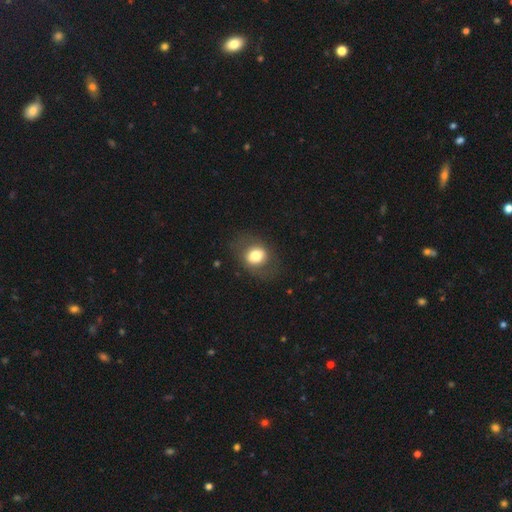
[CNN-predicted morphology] Smooth or featured? smooth (70%)
How rounded? in between (52%)
Merging? none (75%)